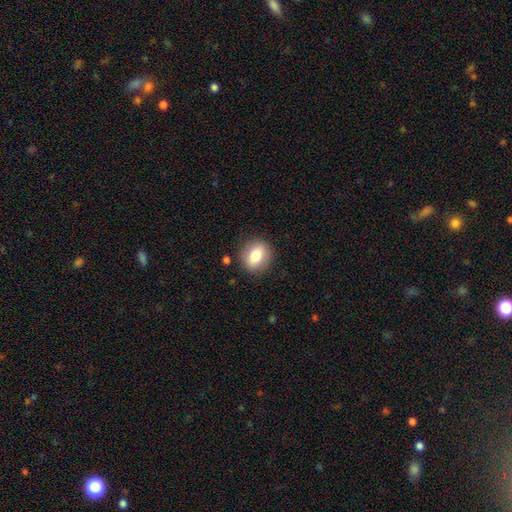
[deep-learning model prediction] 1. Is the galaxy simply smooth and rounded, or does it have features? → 78% smooth, 14% featured or disk, 8% star or artifact.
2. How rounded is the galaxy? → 58% round, 40% in between, 2% cigar-shaped.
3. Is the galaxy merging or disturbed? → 87% none, 9% minor disturbance, 3% major disturbance, 2% merger.